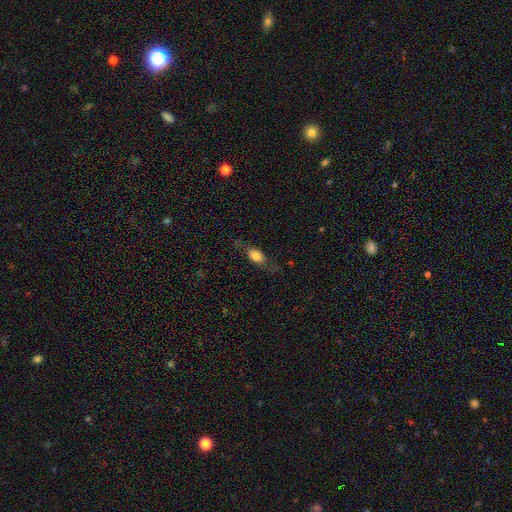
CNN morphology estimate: The model was most divided on "merging": none: 65%, minor disturbance: 21%, major disturbance: 12%, merger: 2%. More confident: how rounded — in between (78%); smooth or featured — smooth (71%).